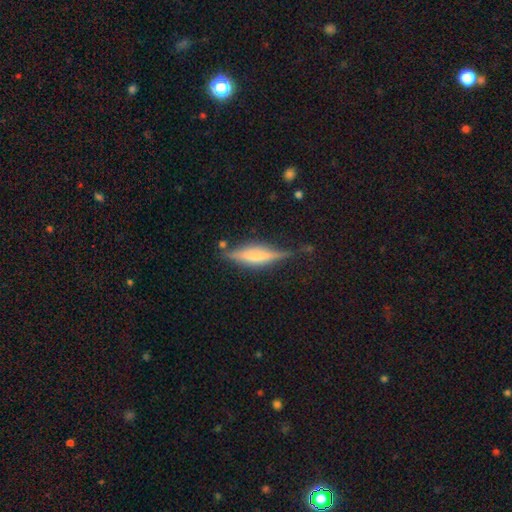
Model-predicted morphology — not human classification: Q: Smooth or featured?
A: featured or disk (63%); runner-up: smooth (29%)
Q: Edge-on disk?
A: yes (95%); runner-up: no (5%)
Q: Edge-on bulge?
A: rounded (45%); runner-up: boxy (34%)
Q: Merging?
A: none (75%); runner-up: minor disturbance (17%)